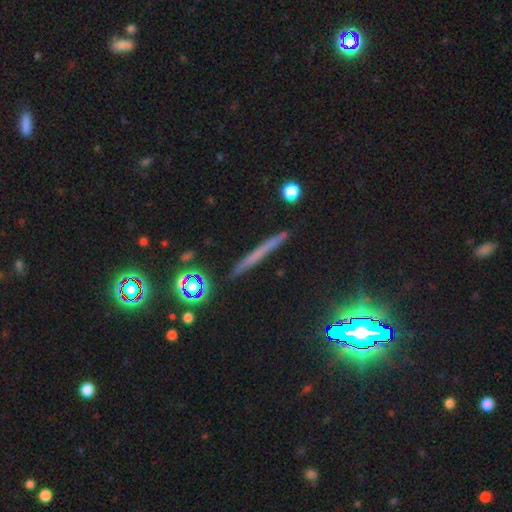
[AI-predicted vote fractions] smooth 42%, featured or disk 40%, star or artifact 18%. Down the decision tree: merging — none (88%).